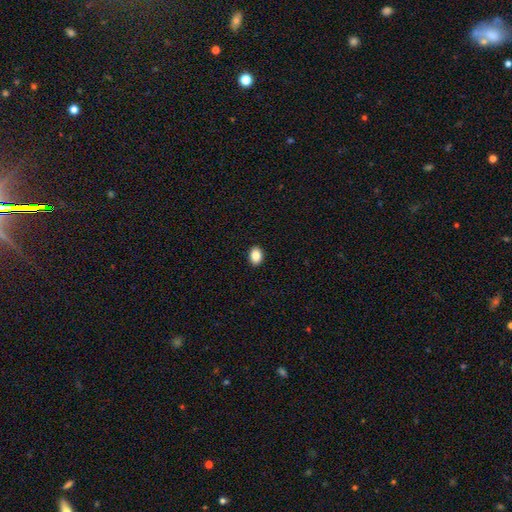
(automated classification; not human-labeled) A smooth galaxy with no disk features (87%) that is in between round and cigar-shaped (72%).

Vote fractions:
- Smooth or featured? smooth: 87% / star or artifact: 9% / featured or disk: 4%
- How rounded? in between: 72% / round: 27% / cigar-shaped: 1%
- Merging? none: 91% / minor disturbance: 6% / major disturbance: 2% / merger: 1%